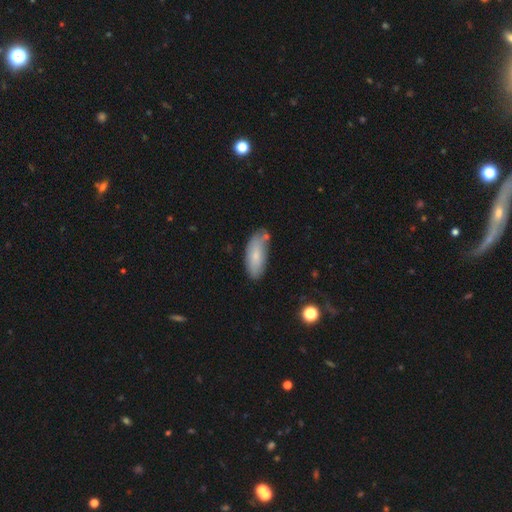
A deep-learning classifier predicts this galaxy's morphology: Overall: smooth (72%). How rounded: in between (79%). Merging: none (60%; minor disturbance 26%).